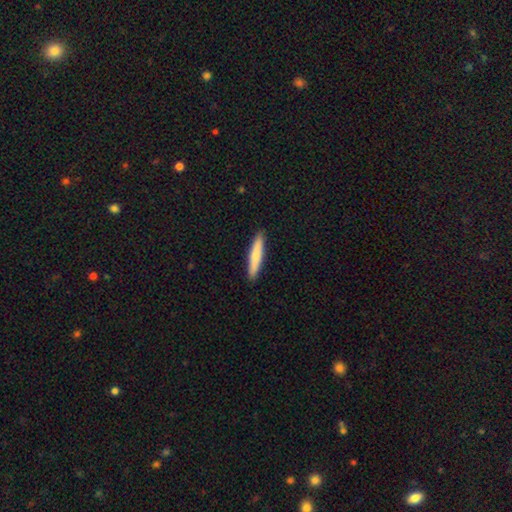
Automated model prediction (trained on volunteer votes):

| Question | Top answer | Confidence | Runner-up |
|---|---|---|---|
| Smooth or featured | smooth | 75% | featured or disk (20%) |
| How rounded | cigar-shaped | 91% | in between (8%) |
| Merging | none | 91% | minor disturbance (7%) |